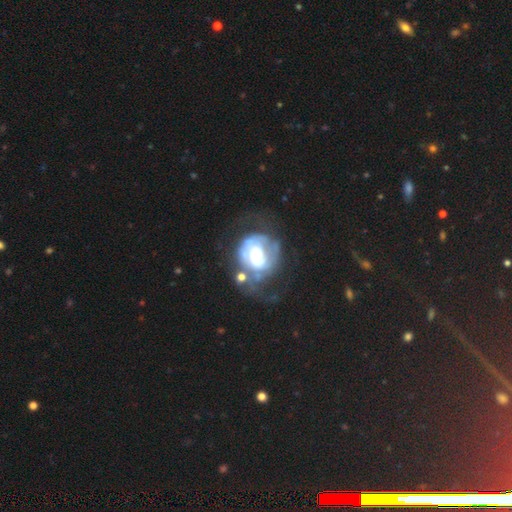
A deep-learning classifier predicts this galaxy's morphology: smooth-or-featured: featured or disk: 66% | smooth: 25% | star or artifact: 8%
  disk-edge-on: no: 97% | yes: 3%
    bar: no: 75% | weak: 18% | strong: 6%
    has-spiral-arms: yes: 55% | no: 45%
    bulge-size: large: 38% | moderate: 32% | small: 14% | dominant: 10% | none: 6%
  merging: major disturbance: 42% | none: 28% | minor disturbance: 20% | merger: 11%